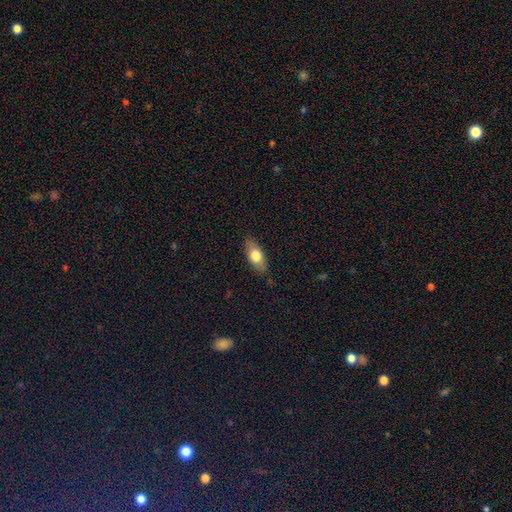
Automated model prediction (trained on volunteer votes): This is likely a smooth galaxy (71%). How rounded: clearly in between (83%). Merging: clearly none (83%).